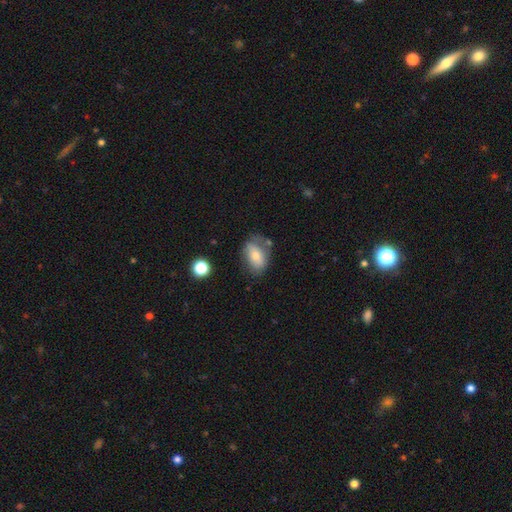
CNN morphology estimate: Smooth or featured: smooth — 64% (featured or disk — 27%)
How rounded: in between — 85% (round — 13%)
Merging: none — 55% (minor disturbance — 27%)